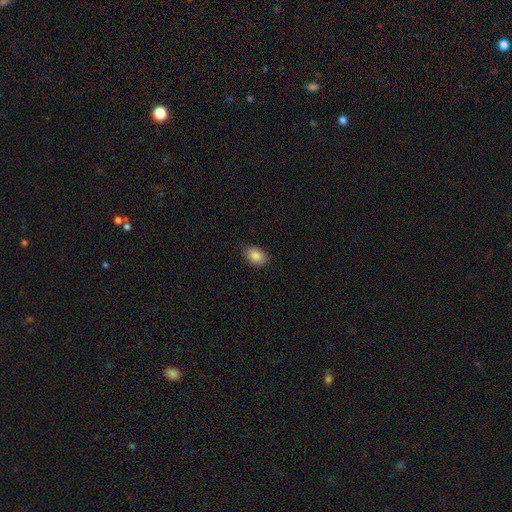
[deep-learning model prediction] A smooth galaxy with no disk features (87%) that is in between round and cigar-shaped (83%). Merging: none (85%).